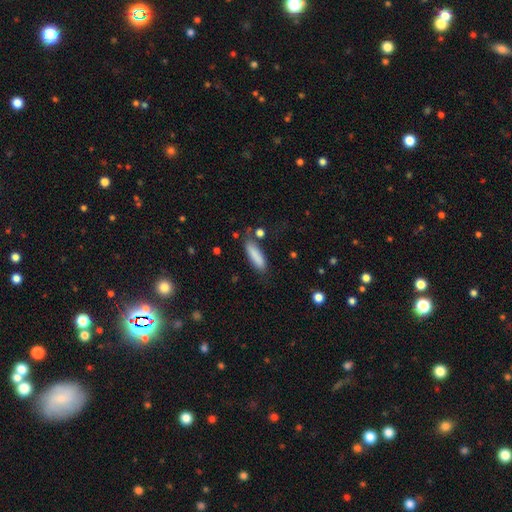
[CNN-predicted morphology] smooth_or_featured: smooth (p=0.84) [alt: featured or disk p=0.09]
how_rounded: cigar-shaped (p=0.55) [alt: in between p=0.43]
merging: none (p=0.70) [alt: minor disturbance p=0.19]